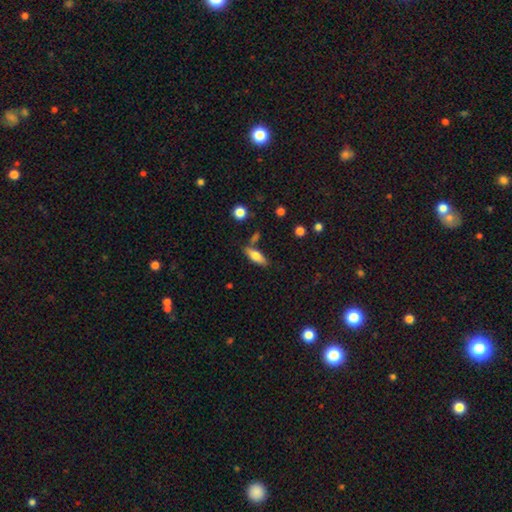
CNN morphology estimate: A smooth galaxy with no disk features (68%) that is in between round and cigar-shaped (64%).

Vote fractions:
- Smooth or featured? smooth: 68% / featured or disk: 25% / star or artifact: 7%
- How rounded? in between: 64% / cigar-shaped: 33% / round: 3%
- Merging? none: 74% / minor disturbance: 14% / merger: 8% / major disturbance: 4%